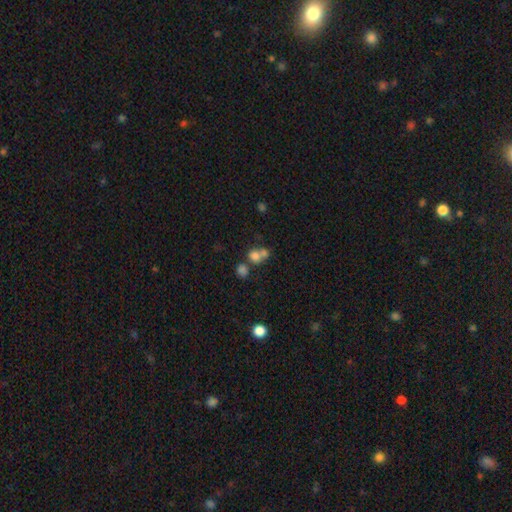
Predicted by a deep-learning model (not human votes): Morphology: type=smooth (73%); roundness=round (71%); merging=merger (57%).